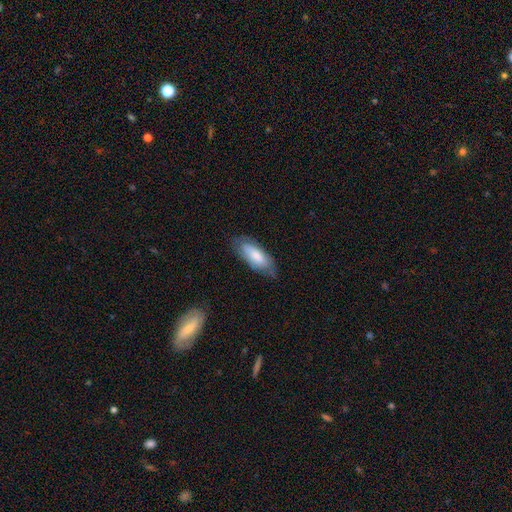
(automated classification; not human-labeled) Smooth or featured: smooth — 73% (featured or disk — 21%)
How rounded: in between — 78% (cigar-shaped — 20%)
Merging: none — 69% (minor disturbance — 24%)